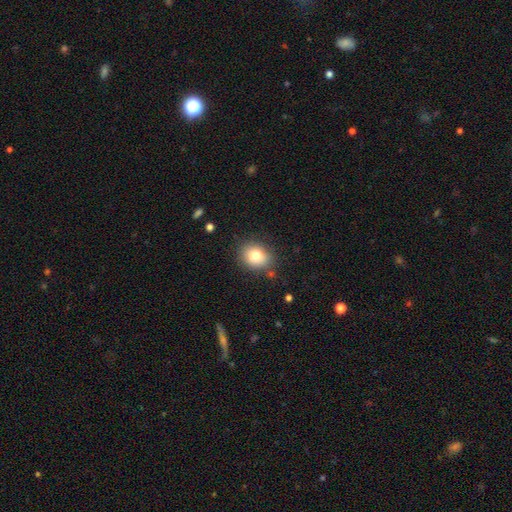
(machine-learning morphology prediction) smooth 79%, star or artifact 11%, featured or disk 10%. Down the decision tree: how rounded — round (62%); merging — none (84%).